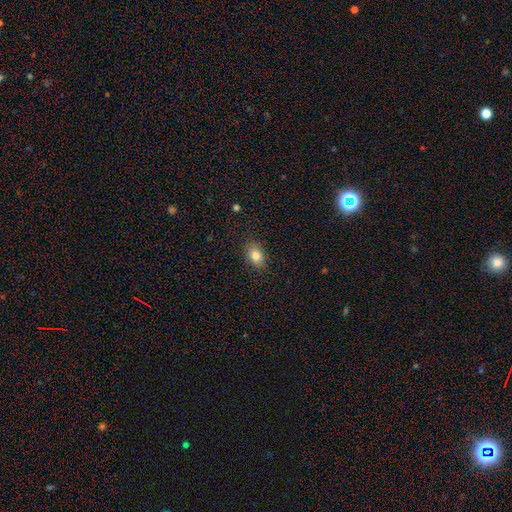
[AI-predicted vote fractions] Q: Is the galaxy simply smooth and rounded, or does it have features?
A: smooth — 83%.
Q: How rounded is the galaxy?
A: in between — 76%.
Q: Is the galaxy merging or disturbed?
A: none — 86%.